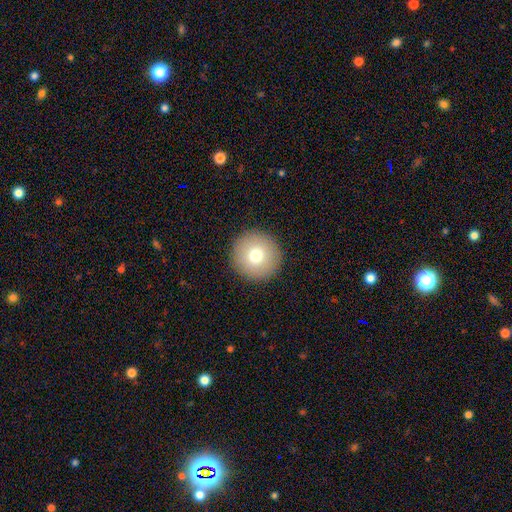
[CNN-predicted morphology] This is likely a smooth galaxy (75%). How rounded: clearly round (96%). Merging: clearly none (92%).